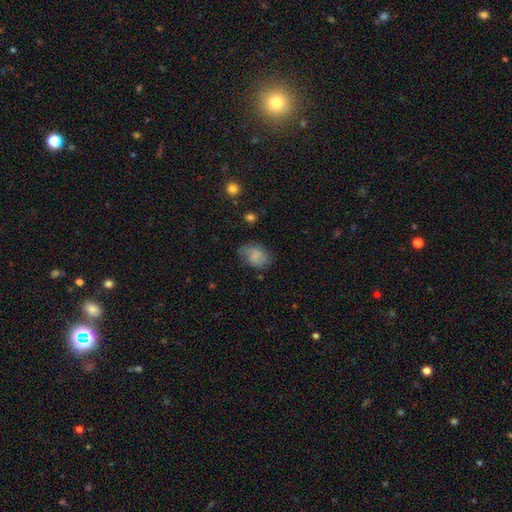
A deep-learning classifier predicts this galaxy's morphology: A smooth galaxy with no disk features (69%) that is in between round and cigar-shaped (78%).

Vote fractions:
- Smooth or featured? smooth: 69% / featured or disk: 23% / star or artifact: 9%
- How rounded? in between: 78% / round: 20% / cigar-shaped: 1%
- Merging? none: 59% / minor disturbance: 29% / major disturbance: 10% / merger: 2%